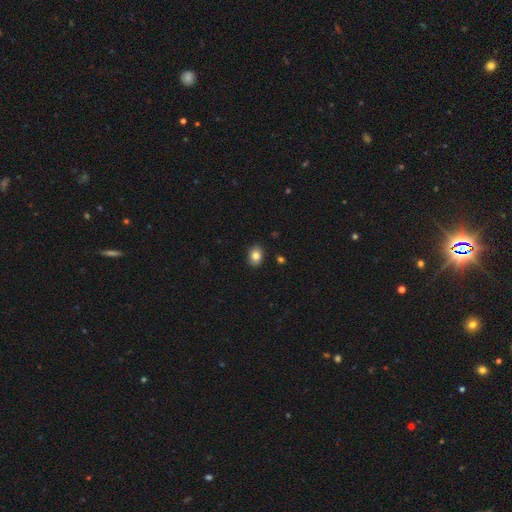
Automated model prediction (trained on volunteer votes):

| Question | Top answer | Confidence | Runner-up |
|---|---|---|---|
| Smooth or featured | smooth | 84% | star or artifact (9%) |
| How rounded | in between | 66% | round (33%) |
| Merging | none | 88% | minor disturbance (8%) |